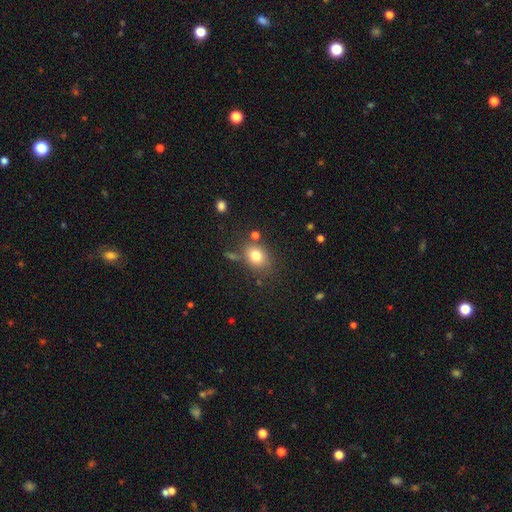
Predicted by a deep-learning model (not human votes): A smooth galaxy with no disk features (77%) that is round (52%).

Vote fractions:
- Smooth or featured? smooth: 77% / star or artifact: 12% / featured or disk: 10%
- How rounded? round: 52% / in between: 47% / cigar-shaped: 1%
- Merging? none: 72% / minor disturbance: 14% / merger: 8% / major disturbance: 5%